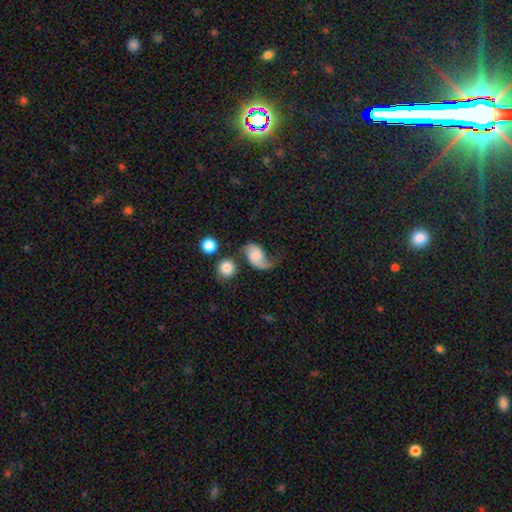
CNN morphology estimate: type=featured or disk (53%); edge-on=no (97%); bar=no (60%); spiral arms=yes (90%); bulge=moderate (28%, tied with small); merging=none (39%).